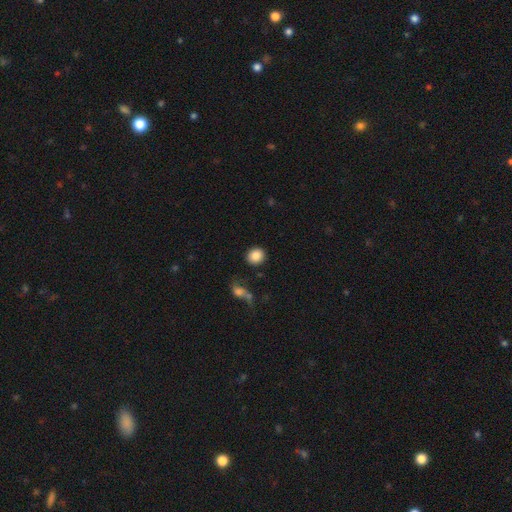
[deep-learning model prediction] Smooth or featured: smooth — 87% (star or artifact — 8%)
How rounded: round — 79% (in between — 19%)
Merging: none — 87% (minor disturbance — 7%)